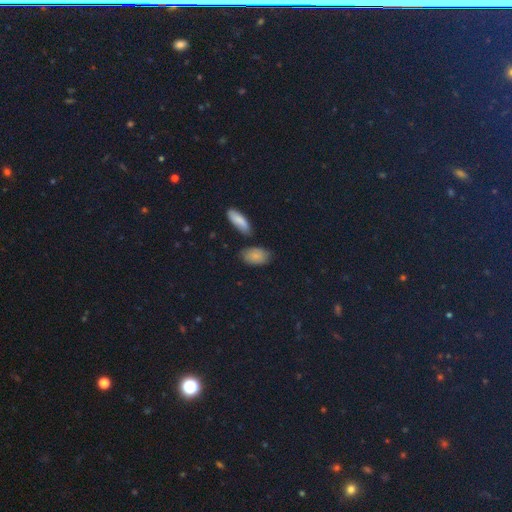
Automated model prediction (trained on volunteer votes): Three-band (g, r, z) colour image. It shows a smooth galaxy with no disk features (66%) that is in between round and cigar-shaped (87%). Merging: none (74%).